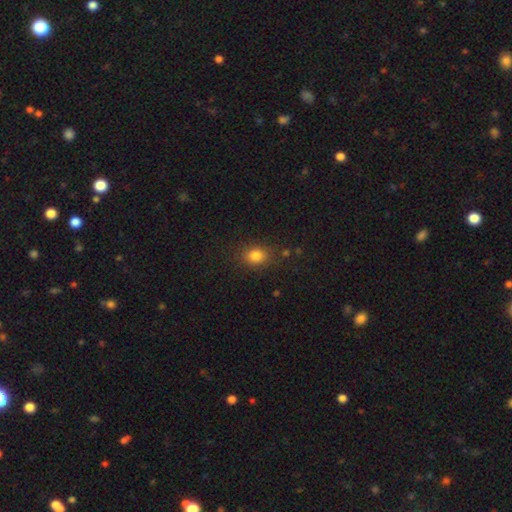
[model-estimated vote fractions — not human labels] Q: Smooth or featured?
A: smooth (82%); runner-up: star or artifact (12%)
Q: How rounded?
A: round (53%); runner-up: in between (45%)
Q: Merging?
A: none (82%); runner-up: minor disturbance (12%)